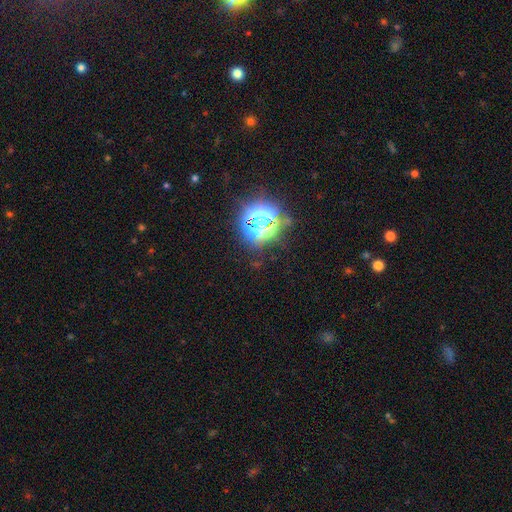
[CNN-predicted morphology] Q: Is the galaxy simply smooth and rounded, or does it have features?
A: star or artifact — 80%.